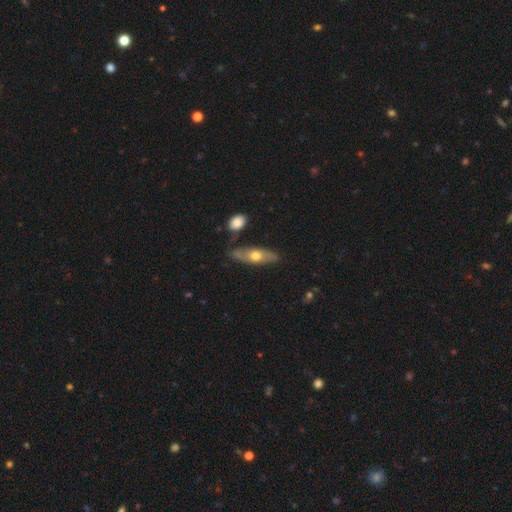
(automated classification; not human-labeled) smooth-or-featured: smooth: 48% | featured or disk: 46% | star or artifact: 6%
  merging: none: 70% | minor disturbance: 19% | merger: 6% | major disturbance: 5%